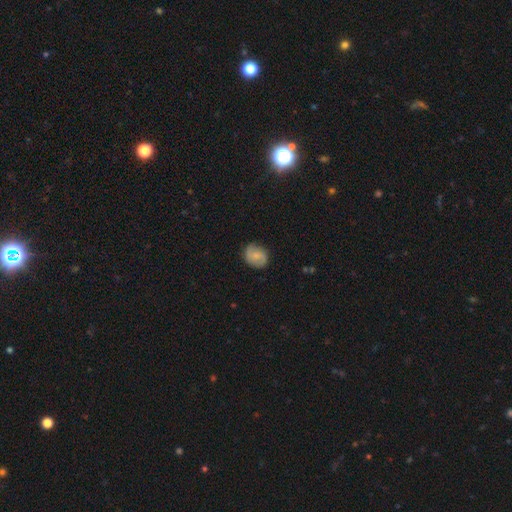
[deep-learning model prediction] Smooth or featured? Predicted: smooth (p=0.52). How rounded? Predicted: round (p=0.62). Merging? Predicted: none (p=0.80).